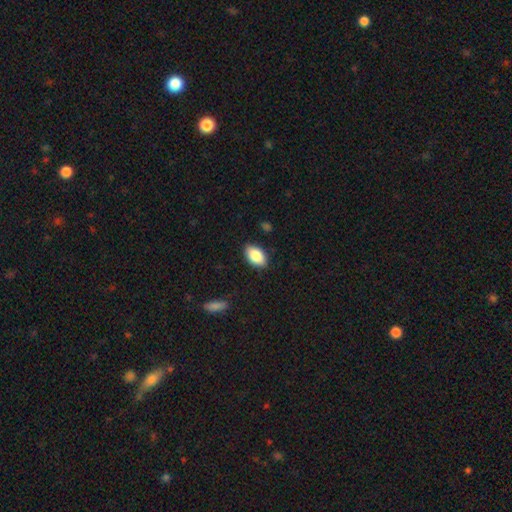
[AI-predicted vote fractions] A smooth galaxy with no disk features (87%) that is in between round and cigar-shaped (93%). Merging: none (87%).